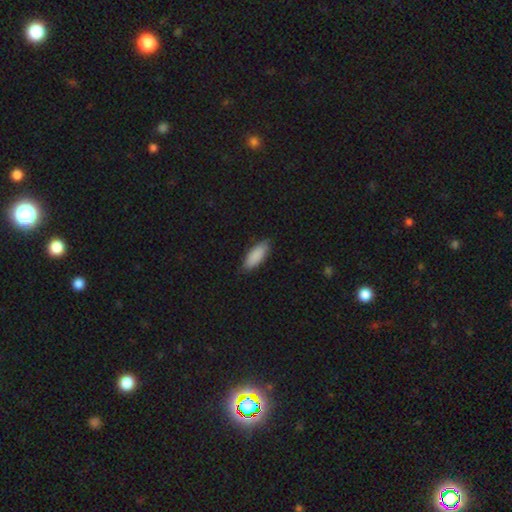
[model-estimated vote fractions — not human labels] A smooth galaxy with no disk features (88%) that is in between round and cigar-shaped (76%).

Vote fractions:
- Smooth or featured? smooth: 88% / featured or disk: 6% / star or artifact: 6%
- How rounded? in between: 76% / cigar-shaped: 23% / round: 2%
- Merging? none: 82% / minor disturbance: 15% / major disturbance: 2% / merger: 1%